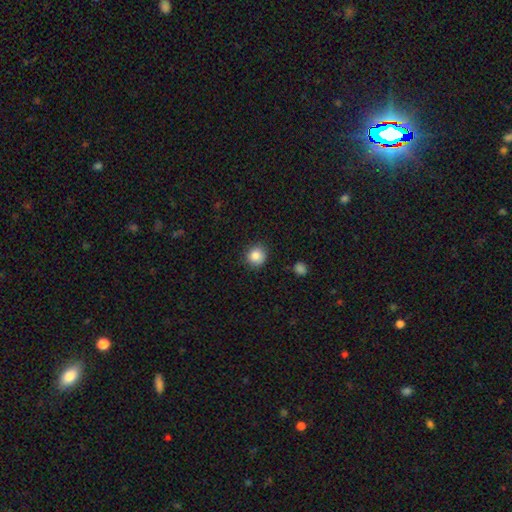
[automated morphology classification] This is clearly a smooth galaxy (85%). How rounded: clearly round (89%). Merging: clearly none (88%).